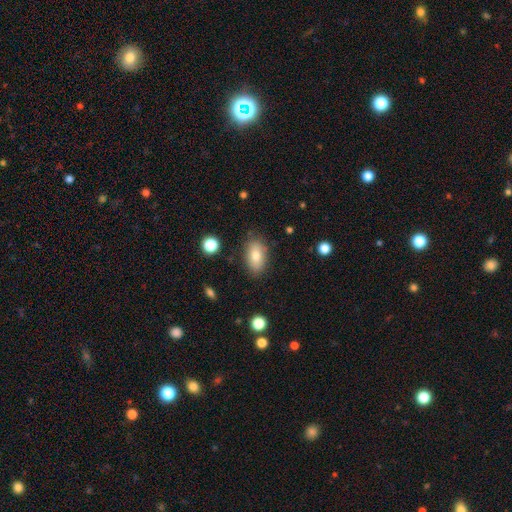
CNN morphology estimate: smooth-or-featured: smooth: 77% | featured or disk: 14% | star or artifact: 8%
  how-rounded: in between: 90% | round: 7% | cigar-shaped: 3%
  merging: none: 82% | minor disturbance: 13% | major disturbance: 3% | merger: 2%